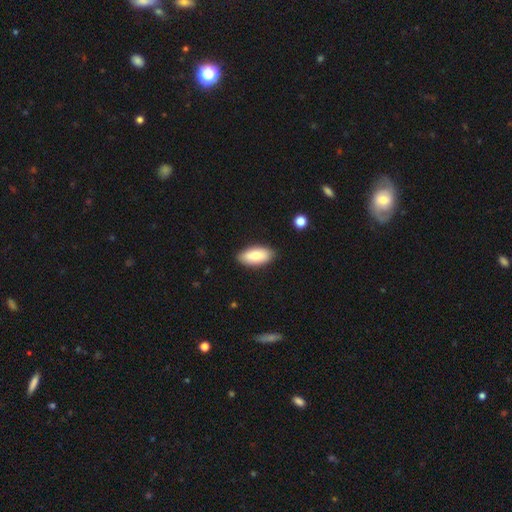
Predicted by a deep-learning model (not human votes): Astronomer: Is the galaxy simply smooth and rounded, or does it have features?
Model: smooth — 81%.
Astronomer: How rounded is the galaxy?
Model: in between — 89%.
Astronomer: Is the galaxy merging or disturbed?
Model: none — 87%.